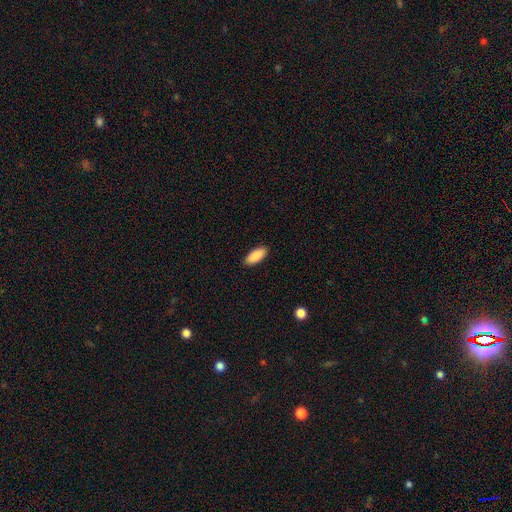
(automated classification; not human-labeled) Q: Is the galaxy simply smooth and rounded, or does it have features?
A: smooth — 90%.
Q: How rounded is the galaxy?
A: in between — 84%.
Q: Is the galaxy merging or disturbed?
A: none — 89%.